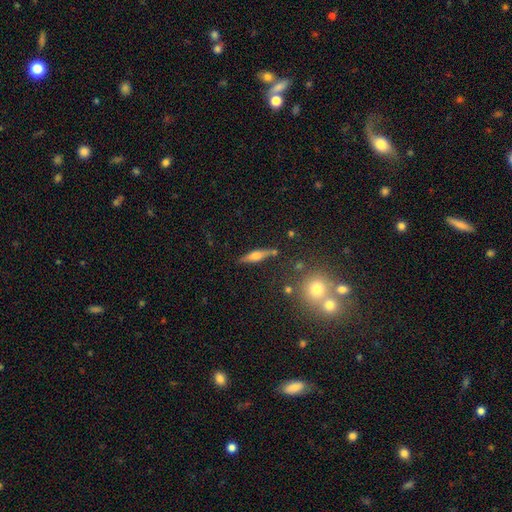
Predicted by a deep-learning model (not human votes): smooth_or_featured: featured or disk (p=0.60) [alt: smooth p=0.32]
disk_edge_on: yes (p=0.94) [alt: no p=0.06]
edge_on_bulge: rounded (p=0.86) [alt: boxy p=0.10]
merging: none (p=0.81) [alt: minor disturbance p=0.11]